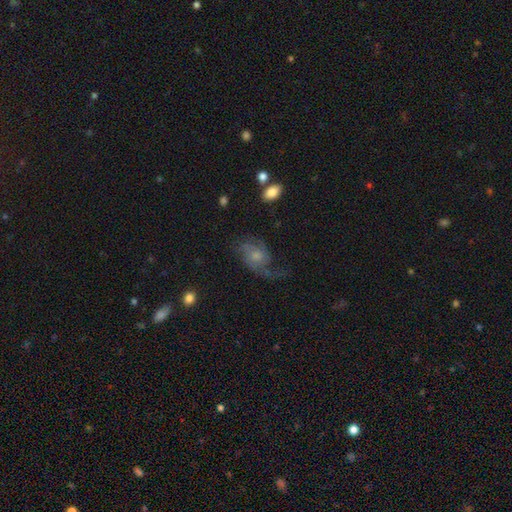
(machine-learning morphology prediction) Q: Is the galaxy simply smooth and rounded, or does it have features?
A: featured or disk — 68%.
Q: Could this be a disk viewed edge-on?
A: no — 97%.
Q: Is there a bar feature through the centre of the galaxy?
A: no — 73%.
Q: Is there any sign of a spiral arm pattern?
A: yes — 89%.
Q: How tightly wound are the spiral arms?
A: loose — 54%.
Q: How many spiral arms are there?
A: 2 — 51%.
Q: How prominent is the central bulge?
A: small — 42%.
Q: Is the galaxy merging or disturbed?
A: none — 43%.